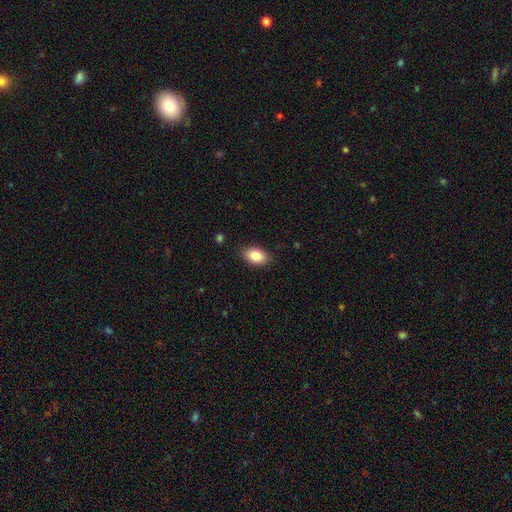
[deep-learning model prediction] smooth 87%, star or artifact 7%, featured or disk 6%. Down the decision tree: how rounded — in between (90%); merging — none (85%).